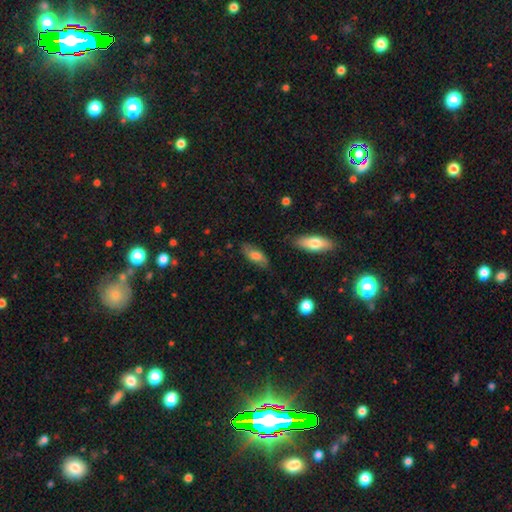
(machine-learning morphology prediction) The model was most divided on "smooth or featured": smooth: 64%, featured or disk: 29%, star or artifact: 7%. More confident: how rounded — in between (79%); merging — none (77%).